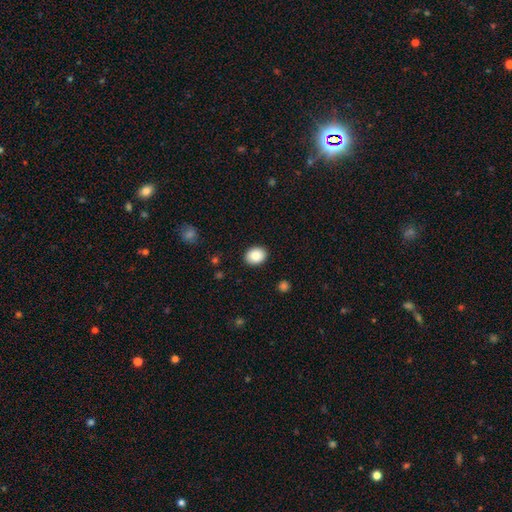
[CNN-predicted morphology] This is clearly a smooth galaxy (87%). How rounded: possibly round (52%). Merging: clearly none (90%).